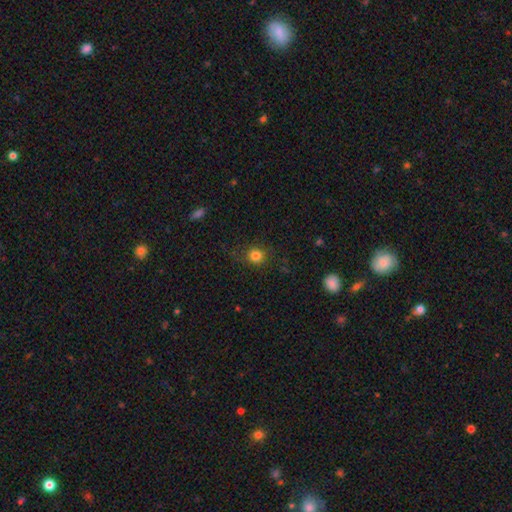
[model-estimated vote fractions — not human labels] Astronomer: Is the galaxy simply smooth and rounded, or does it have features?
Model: smooth — 82%.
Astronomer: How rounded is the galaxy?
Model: round — 86%.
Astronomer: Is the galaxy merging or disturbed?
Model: none — 83%.